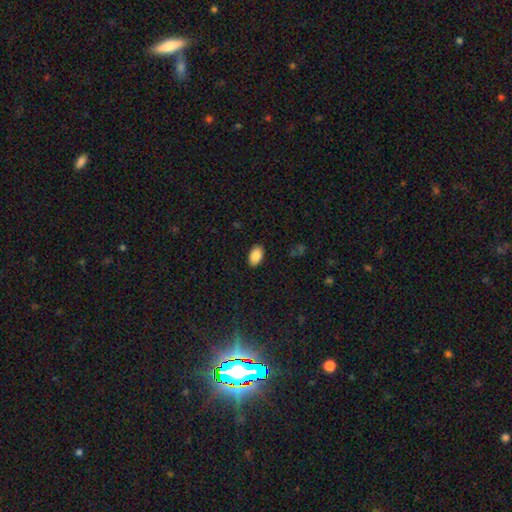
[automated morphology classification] This appears to be a smooth galaxy with no disk features (88%) that is in between round and cigar-shaped (93%). Merging: none (88%).